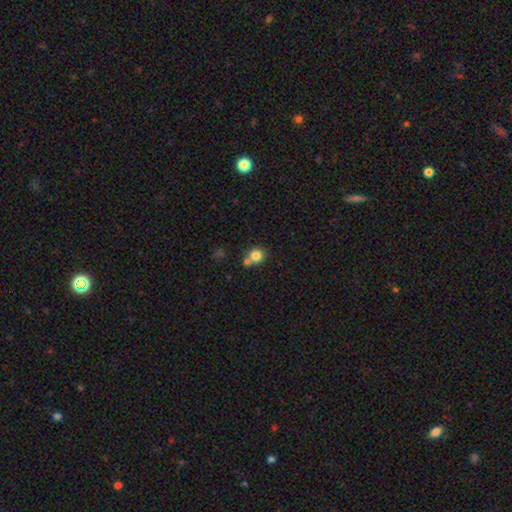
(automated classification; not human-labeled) Smooth or featured?
  - smooth: 82% *
  - star or artifact: 11%
  - featured or disk: 7%
How rounded?
  - round: 87% *
  - in between: 12%
  - cigar-shaped: 1%
Merging?
  - none: 58% *
  - merger: 31%
  - minor disturbance: 9%
  - major disturbance: 3%